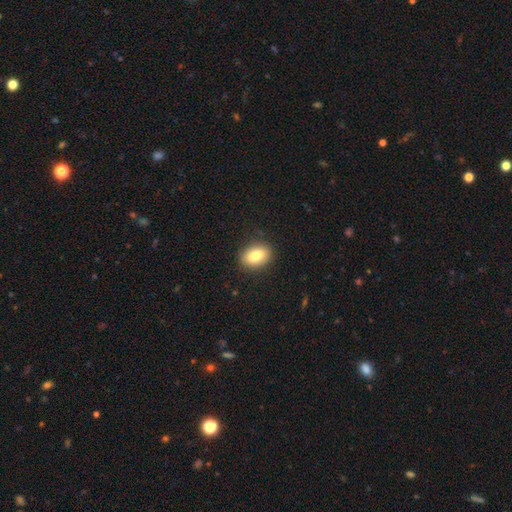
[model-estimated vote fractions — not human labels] Smooth or featured? Predicted: smooth (p=0.81). How rounded? Predicted: in between (p=0.81). Merging? Predicted: none (p=0.88).